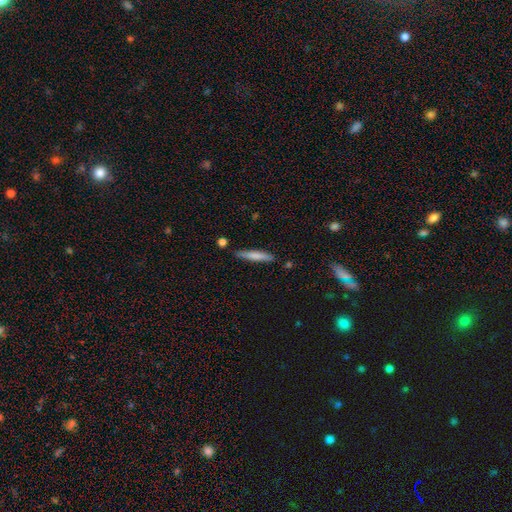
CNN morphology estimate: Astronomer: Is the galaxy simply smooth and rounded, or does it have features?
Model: smooth — 73%.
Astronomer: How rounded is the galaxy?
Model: cigar-shaped — 91%.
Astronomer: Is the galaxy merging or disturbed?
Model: none — 82%.